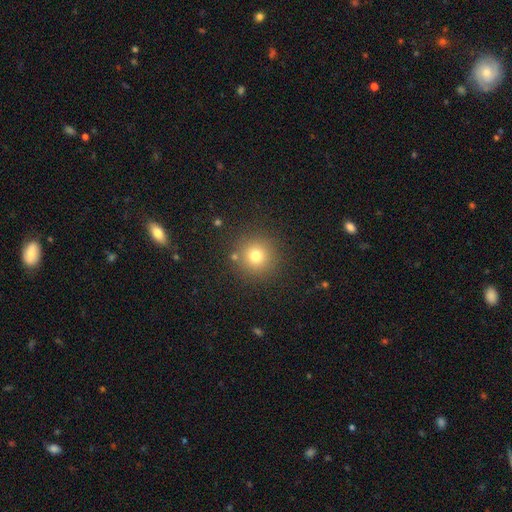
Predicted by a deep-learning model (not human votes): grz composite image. It shows a smooth galaxy with no disk features (74%) that is round (95%). Merging: none (87%).